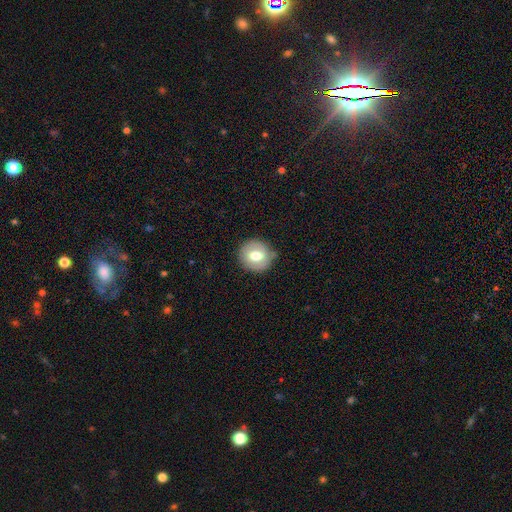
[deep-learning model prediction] This is likely a smooth galaxy (67%). How rounded: clearly round (86%). Merging: clearly none (81%).